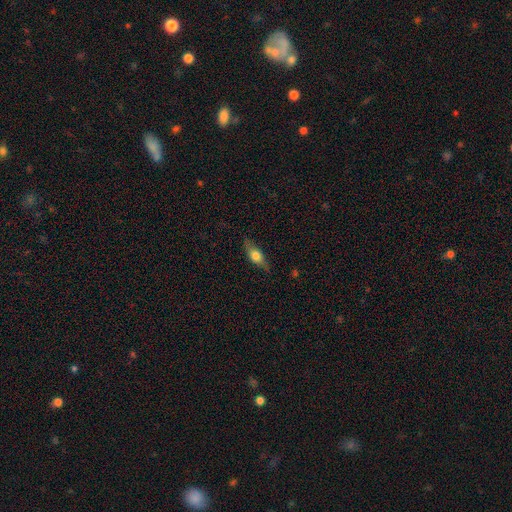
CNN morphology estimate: smooth_or_featured: smooth (p=0.52) [alt: featured or disk p=0.41]
how_rounded: in between (p=0.59) [alt: cigar-shaped p=0.35]
merging: none (p=0.80) [alt: minor disturbance p=0.16]